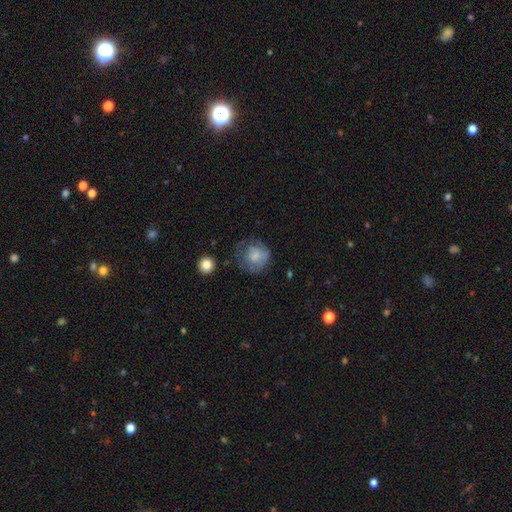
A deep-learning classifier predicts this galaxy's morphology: A smooth galaxy with no disk features (67%) that is round (82%).

Vote fractions:
- Smooth or featured? smooth: 67% / featured or disk: 24% / star or artifact: 9%
- How rounded? round: 82% / in between: 17% / cigar-shaped: 1%
- Merging? none: 45% / minor disturbance: 27% / major disturbance: 26% / merger: 2%